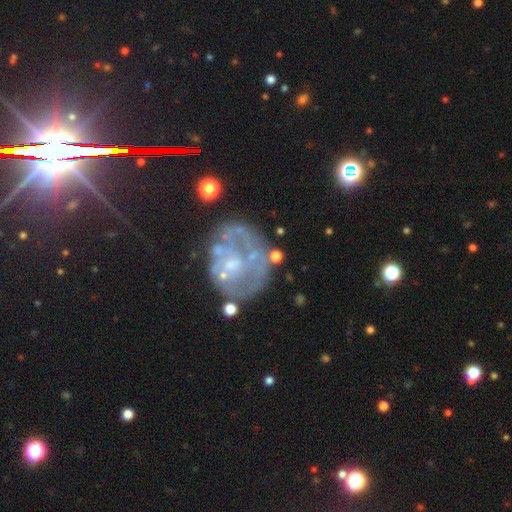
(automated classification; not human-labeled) Smooth or featured: featured or disk — 69% (smooth — 19%)
Edge-on disk: no — 98% (yes — 2%)
Bar: no — 84% (weak — 13%)
Spiral arms: no — 70% (yes — 30%)
Bulge size: none — 39% (small — 38%)
Merging: none — 49% (minor disturbance — 22%)